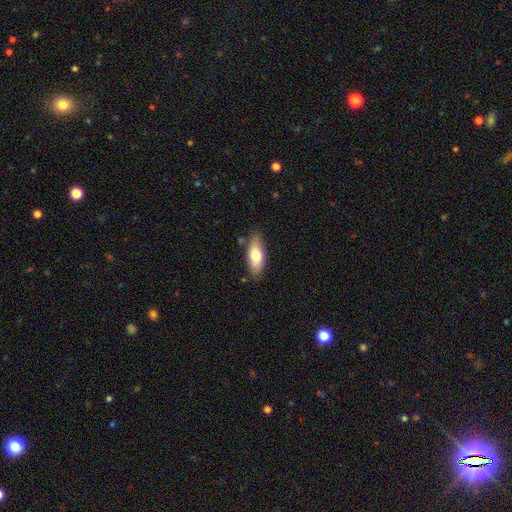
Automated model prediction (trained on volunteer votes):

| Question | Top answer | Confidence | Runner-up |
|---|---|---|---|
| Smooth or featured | smooth | 72% | featured or disk (21%) |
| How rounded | in between | 78% | cigar-shaped (19%) |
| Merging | none | 80% | minor disturbance (15%) |